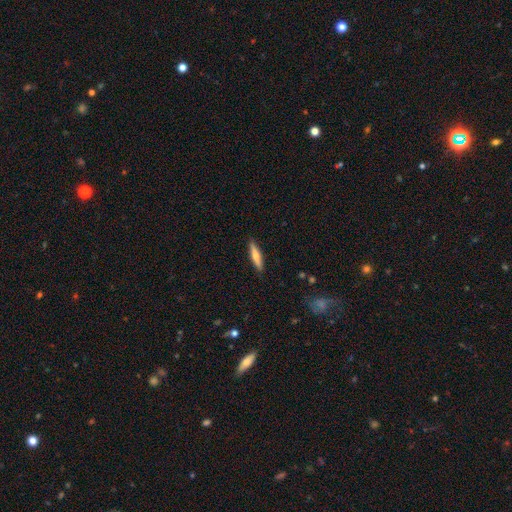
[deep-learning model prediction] This is possibly a smooth galaxy (54%). How rounded: clearly cigar-shaped (85%). Merging: clearly none (89%).